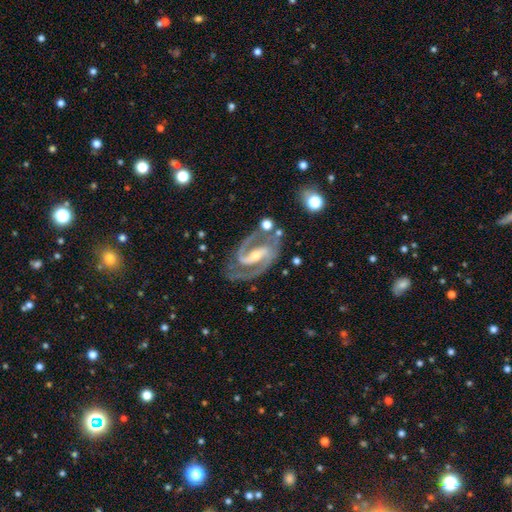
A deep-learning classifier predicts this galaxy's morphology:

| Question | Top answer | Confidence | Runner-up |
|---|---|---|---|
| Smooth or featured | featured or disk | 93% | star or artifact (4%) |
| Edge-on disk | no | 97% | yes (3%) |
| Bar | strong | 56% | weak (30%) |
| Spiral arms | yes | 98% | no (2%) |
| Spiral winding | medium | 59% | tight (31%) |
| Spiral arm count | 2 | 93% | 3 (2%) |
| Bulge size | small | 54% | moderate (41%) |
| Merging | none | 75% | minor disturbance (15%) |